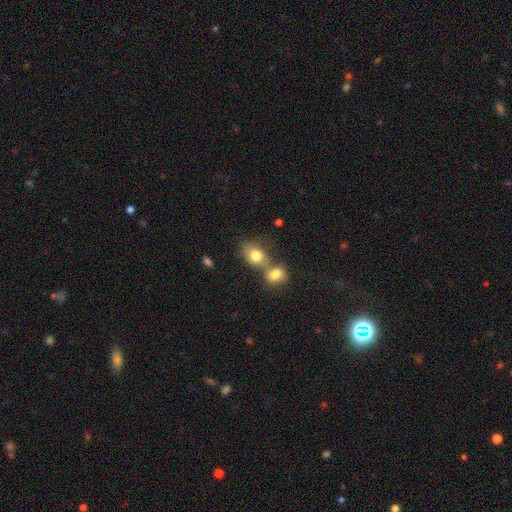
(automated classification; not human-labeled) This is likely a smooth galaxy (79%). How rounded: likely in between (63%). Merging: possibly merger (56%).